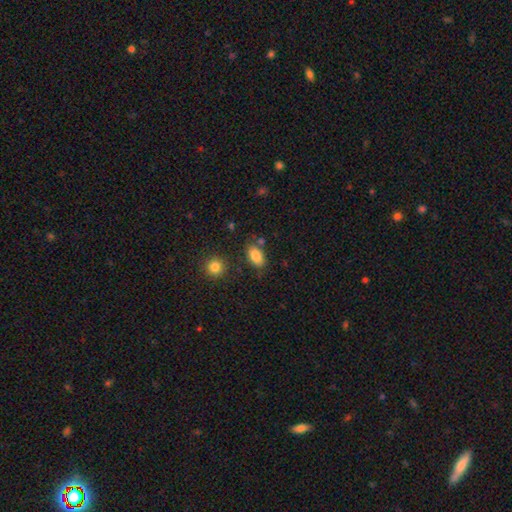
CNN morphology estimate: smooth-or-featured: smooth: 85% | star or artifact: 8% | featured or disk: 7%
  how-rounded: in between: 91% | round: 6% | cigar-shaped: 3%
  merging: none: 76% | minor disturbance: 13% | merger: 7% | major disturbance: 4%